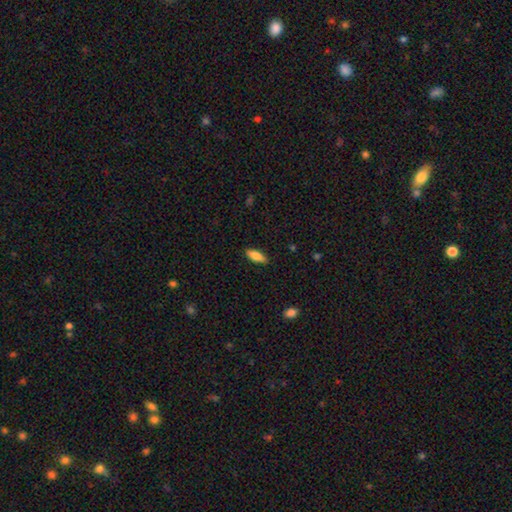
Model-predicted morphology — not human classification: Q: Smooth or featured?
A: smooth (78%); runner-up: featured or disk (15%)
Q: How rounded?
A: in between (70%); runner-up: cigar-shaped (28%)
Q: Merging?
A: none (87%); runner-up: minor disturbance (10%)